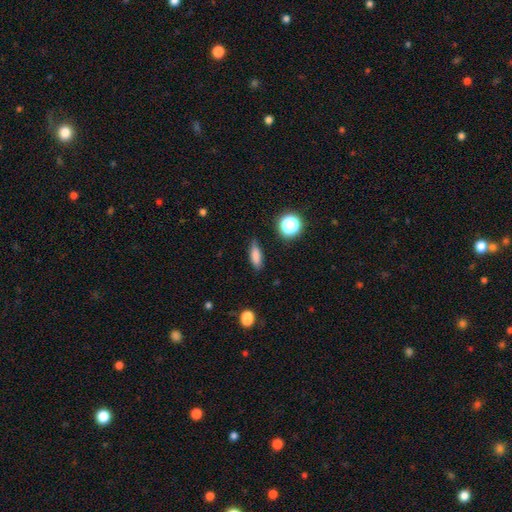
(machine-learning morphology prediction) Overall: smooth (80%). How rounded: in between (52%; cigar-shaped 40%). Merging: none (78%).